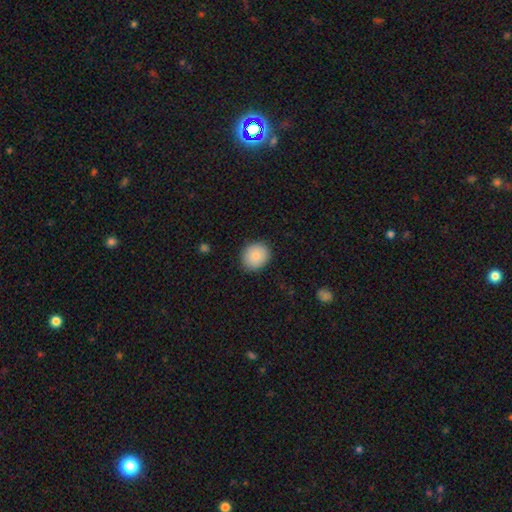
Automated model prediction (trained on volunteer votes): Q: Smooth or featured?
A: smooth (87%); runner-up: star or artifact (7%)
Q: How rounded?
A: round (72%); runner-up: in between (27%)
Q: Merging?
A: none (88%); runner-up: minor disturbance (9%)